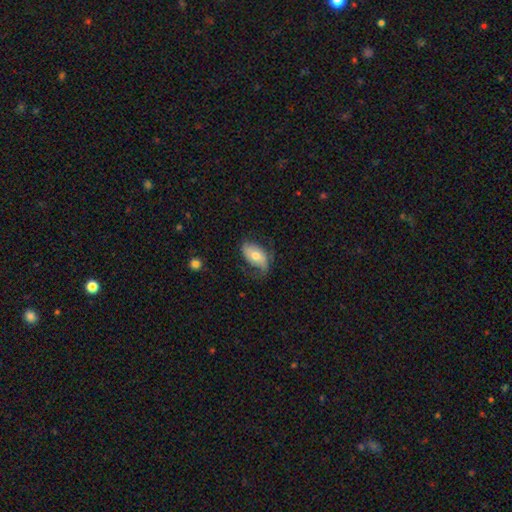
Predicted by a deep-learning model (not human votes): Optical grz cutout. It shows a smooth galaxy with no disk features (53%) that is in between round and cigar-shaped (91%). Merging: none (53%).